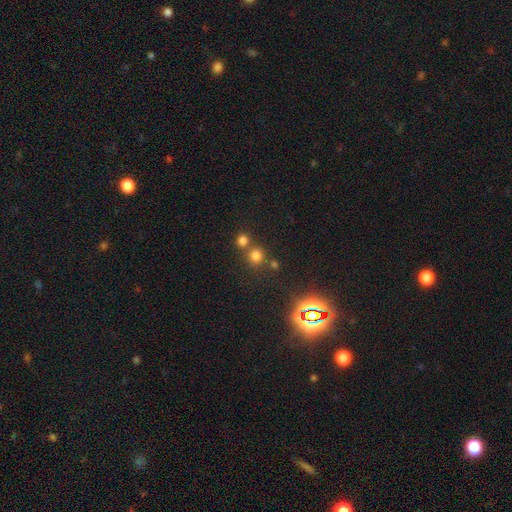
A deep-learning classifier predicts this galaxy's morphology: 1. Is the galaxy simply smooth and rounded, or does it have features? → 69% smooth, 25% star or artifact, 6% featured or disk.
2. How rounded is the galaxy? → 90% round, 9% in between, 1% cigar-shaped.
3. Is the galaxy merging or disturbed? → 64% none, 27% merger, 6% minor disturbance, 3% major disturbance.